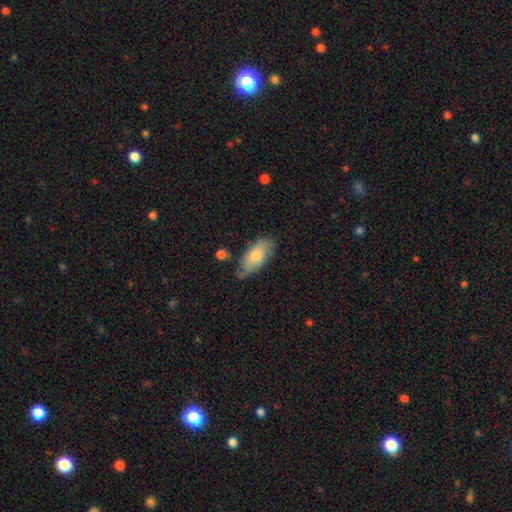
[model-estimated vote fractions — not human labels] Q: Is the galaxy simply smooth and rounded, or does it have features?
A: smooth — 72%.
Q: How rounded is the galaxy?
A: in between — 88%.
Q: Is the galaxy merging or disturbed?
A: none — 63%.